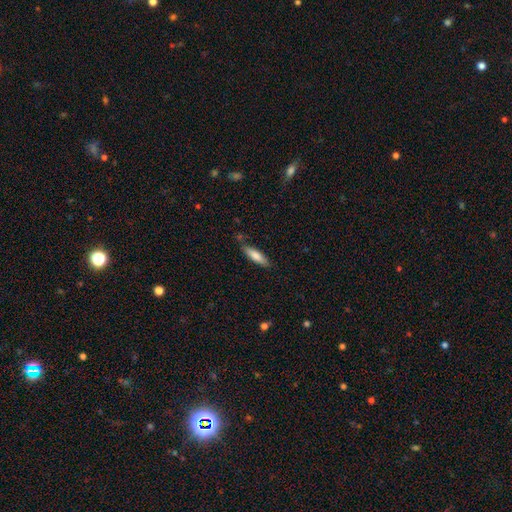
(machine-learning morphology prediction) smooth 79%, featured or disk 15%, star or artifact 6%. Down the decision tree: how rounded — cigar-shaped (61%); merging — none (77%).